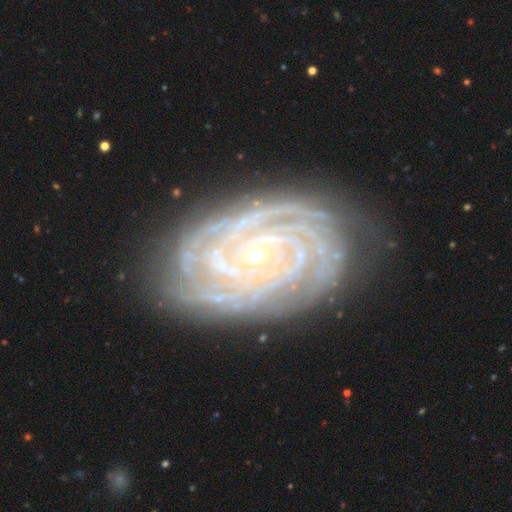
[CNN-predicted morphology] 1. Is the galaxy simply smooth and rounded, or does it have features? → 91% featured or disk, 5% star or artifact, 4% smooth.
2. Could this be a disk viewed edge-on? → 97% no, 3% yes.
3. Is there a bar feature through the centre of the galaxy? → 66% no, 22% weak, 12% strong.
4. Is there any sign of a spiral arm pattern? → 98% yes, 2% no.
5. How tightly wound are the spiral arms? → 85% tight, 13% medium, 2% loose.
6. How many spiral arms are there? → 24% 4, 19% can't tell, 18% more than 4, 18% 3, 14% 2, 8% 1.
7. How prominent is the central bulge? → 76% small, 21% moderate, 1% none, 1% large, 1% dominant.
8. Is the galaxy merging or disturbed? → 80% none, 14% minor disturbance, 4% major disturbance, 1% merger.